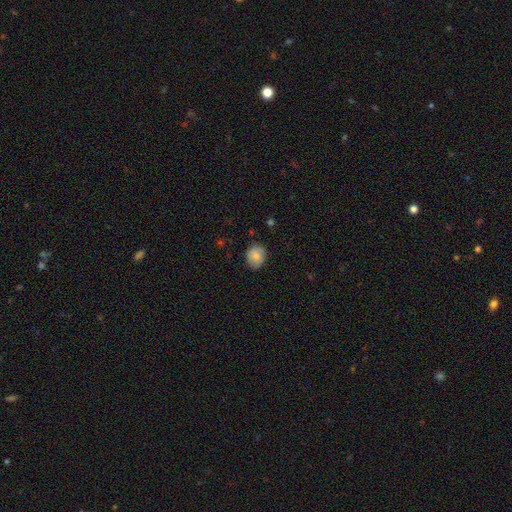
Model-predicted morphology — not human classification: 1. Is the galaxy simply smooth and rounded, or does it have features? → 79% smooth, 14% featured or disk, 7% star or artifact.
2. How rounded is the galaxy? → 53% round, 46% in between, 1% cigar-shaped.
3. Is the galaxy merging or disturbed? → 77% none, 19% minor disturbance, 3% major disturbance, 1% merger.